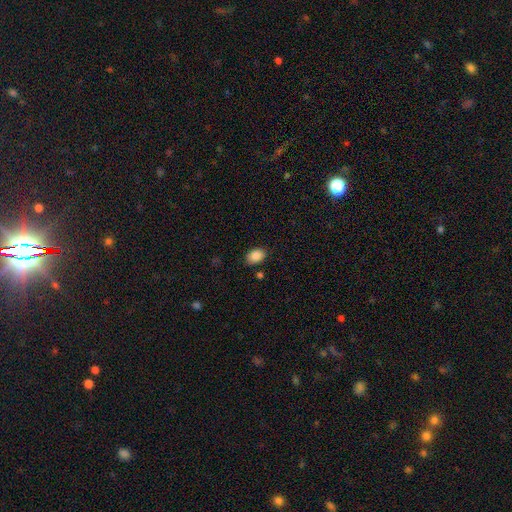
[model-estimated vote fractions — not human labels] Smooth or featured? smooth (87%)
How rounded? in between (78%)
Merging? none (85%)